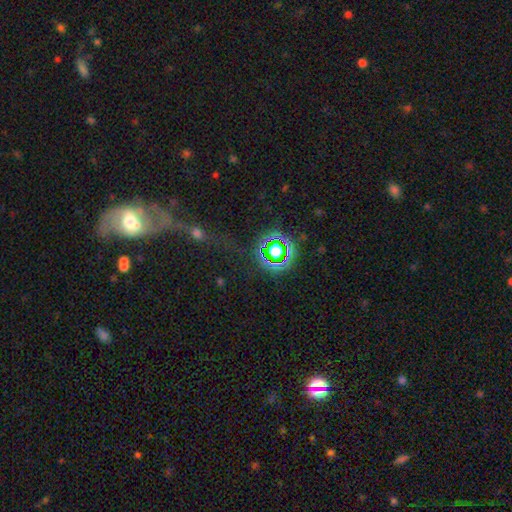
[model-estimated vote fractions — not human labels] Morphology: type=star or artifact (46%).